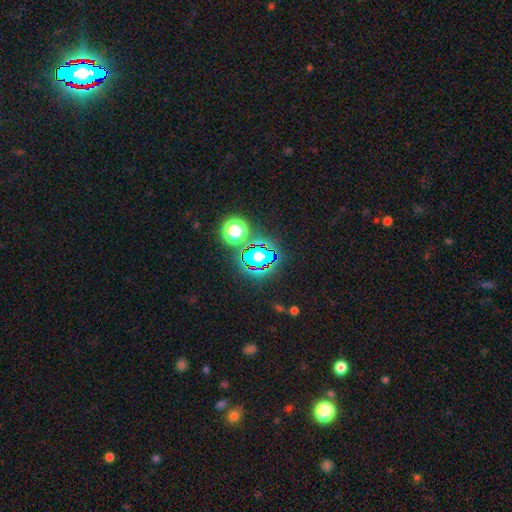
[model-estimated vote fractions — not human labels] smooth_or_featured: star or artifact (p=0.61) [alt: smooth p=0.27]